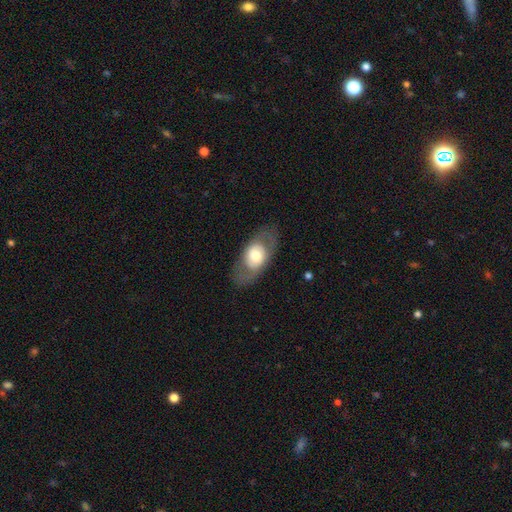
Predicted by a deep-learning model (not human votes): This appears to be a smooth galaxy with no disk features (49%). Merging: none (78%).